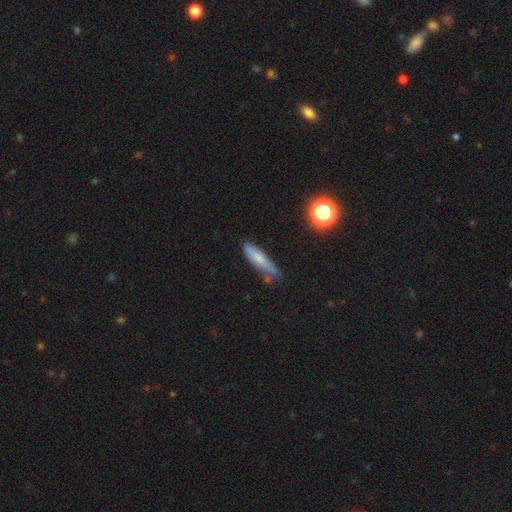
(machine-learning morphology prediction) A smooth galaxy with no disk features (65%) that is cigar-shaped (77%). Merging: none (68%).